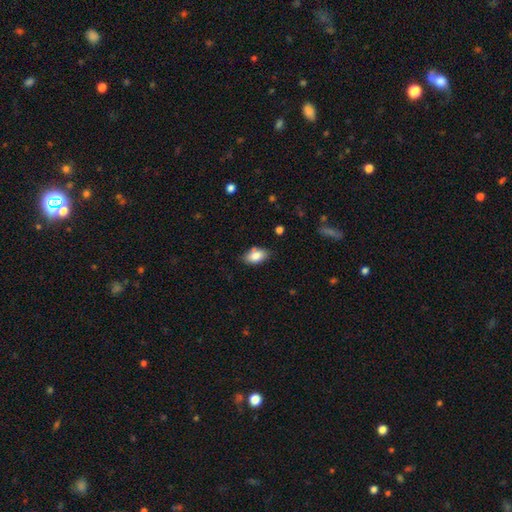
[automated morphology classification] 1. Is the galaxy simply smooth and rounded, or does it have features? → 83% smooth, 9% featured or disk, 7% star or artifact.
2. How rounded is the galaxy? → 91% in between, 7% round, 3% cigar-shaped.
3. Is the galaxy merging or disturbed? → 76% none, 18% minor disturbance, 3% major disturbance, 3% merger.